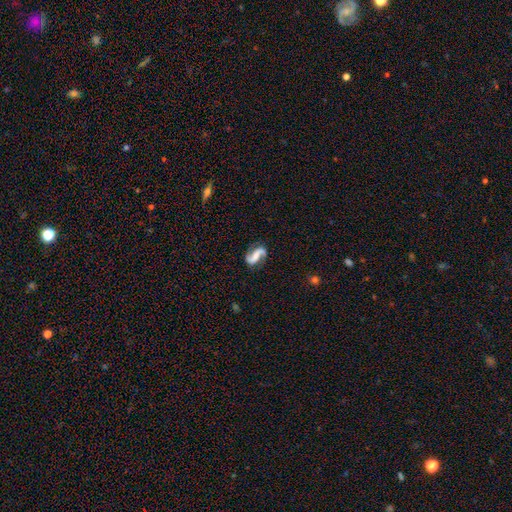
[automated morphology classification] Q: Smooth or featured?
A: featured or disk (88%); runner-up: smooth (7%)
Q: Edge-on disk?
A: no (98%); runner-up: yes (2%)
Q: Bar?
A: weak (35%); runner-up: strong (34%)
Q: Spiral arms?
A: yes (97%); runner-up: no (3%)
Q: Spiral winding?
A: loose (57%); runner-up: medium (33%)
Q: Spiral arm count?
A: 2 (93%); runner-up: 1 (2%)
Q: Bulge size?
A: none (37%); runner-up: small (28%)
Q: Merging?
A: none (80%); runner-up: minor disturbance (13%)